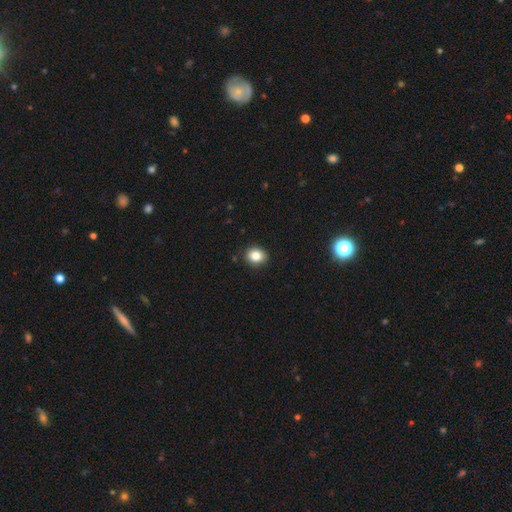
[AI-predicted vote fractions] Smooth or featured? smooth (84%)
How rounded? round (60%)
Merging? none (90%)